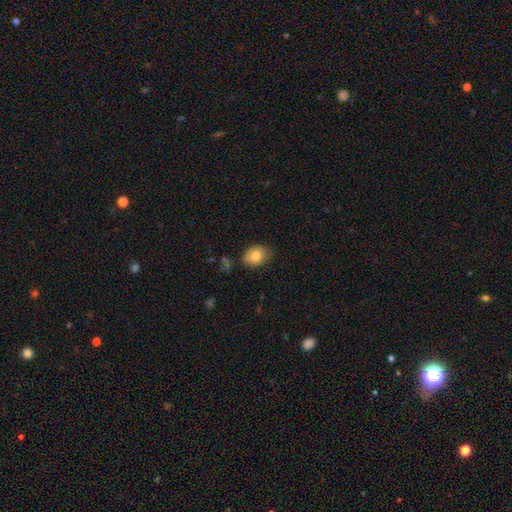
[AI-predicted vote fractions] Q: Smooth or featured?
A: smooth (81%); runner-up: featured or disk (11%)
Q: How rounded?
A: in between (65%); runner-up: round (34%)
Q: Merging?
A: none (77%); runner-up: minor disturbance (18%)